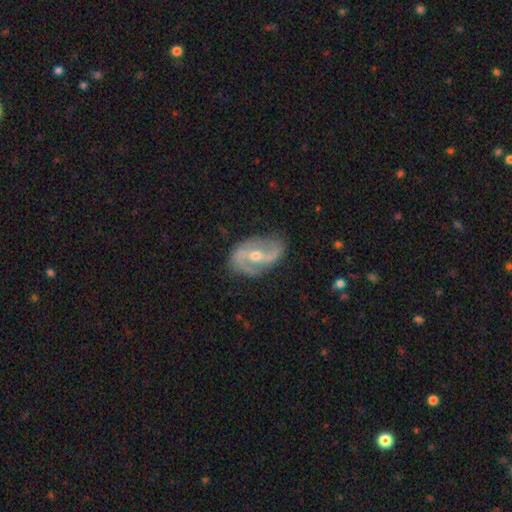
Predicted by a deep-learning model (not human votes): Smooth or featured? Predicted: featured or disk (p=0.86). Edge-on disk? Predicted: no (p=0.96). Bar? Predicted: weak (p=0.40). Spiral arms? Predicted: yes (p=0.92). Spiral winding? Predicted: loose (p=0.48). Spiral arm count? Predicted: 2 (p=0.89). Bulge size? Predicted: moderate (p=0.55). Merging? Predicted: none (p=0.72).